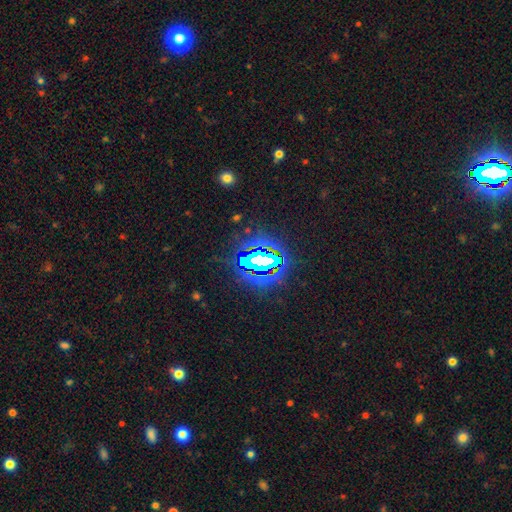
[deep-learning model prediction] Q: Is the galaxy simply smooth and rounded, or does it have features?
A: star or artifact — 72%.